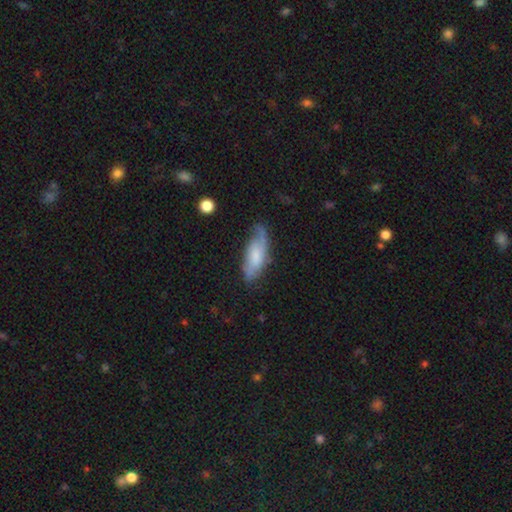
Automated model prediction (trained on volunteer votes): smooth_or_featured: smooth (p=0.48) [alt: featured or disk p=0.45]
merging: none (p=0.60) [alt: minor disturbance p=0.28]